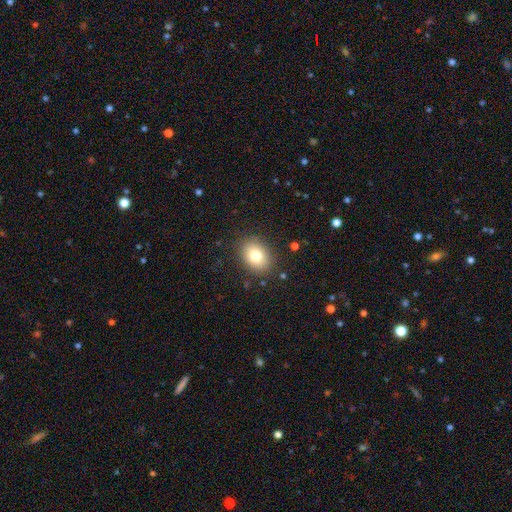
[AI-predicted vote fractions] Smooth or featured?
  - smooth: 79% *
  - featured or disk: 11%
  - star or artifact: 10%
How rounded?
  - in between: 63% *
  - round: 36%
  - cigar-shaped: 1%
Merging?
  - none: 86% *
  - minor disturbance: 10%
  - major disturbance: 3%
  - merger: 1%